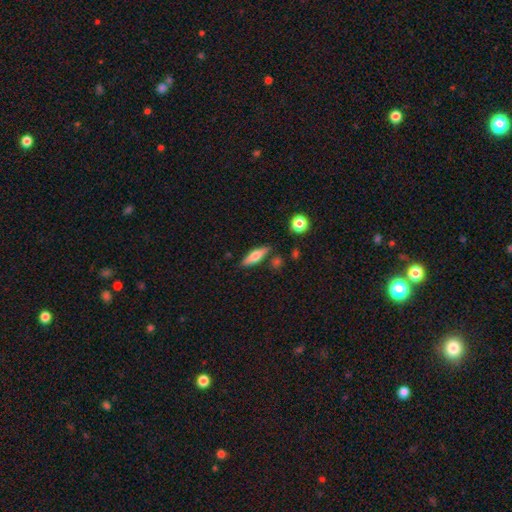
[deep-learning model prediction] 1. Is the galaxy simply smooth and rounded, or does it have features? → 58% smooth, 35% featured or disk, 7% star or artifact.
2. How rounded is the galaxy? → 58% cigar-shaped, 39% in between, 3% round.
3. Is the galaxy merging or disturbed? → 81% none, 12% minor disturbance, 5% merger, 3% major disturbance.